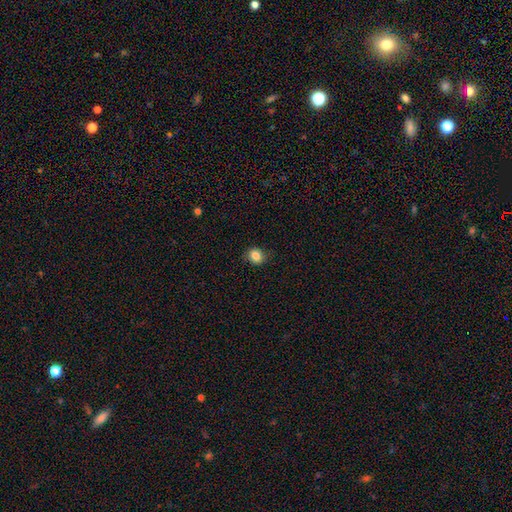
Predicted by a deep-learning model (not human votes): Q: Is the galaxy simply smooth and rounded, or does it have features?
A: smooth — 84%.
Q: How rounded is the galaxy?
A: round — 61%.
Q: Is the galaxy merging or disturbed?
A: none — 87%.